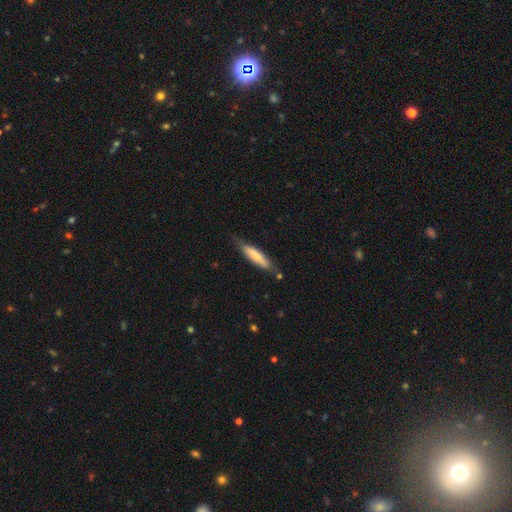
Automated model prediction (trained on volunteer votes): Morphology: type=smooth (71%); roundness=cigar-shaped (78%); merging=none (71%).